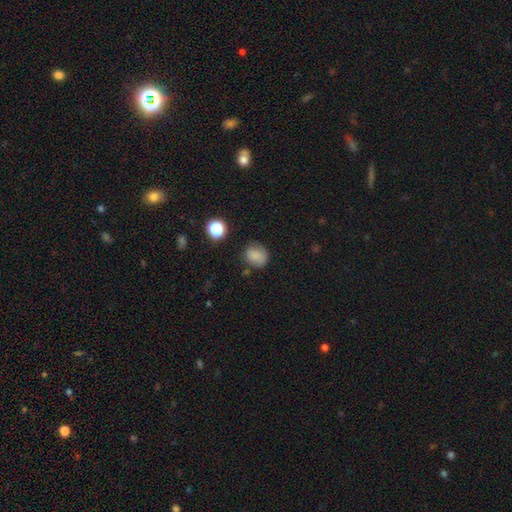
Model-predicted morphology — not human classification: Overall: smooth (80%). How rounded: round (70%). Merging: none (71%).